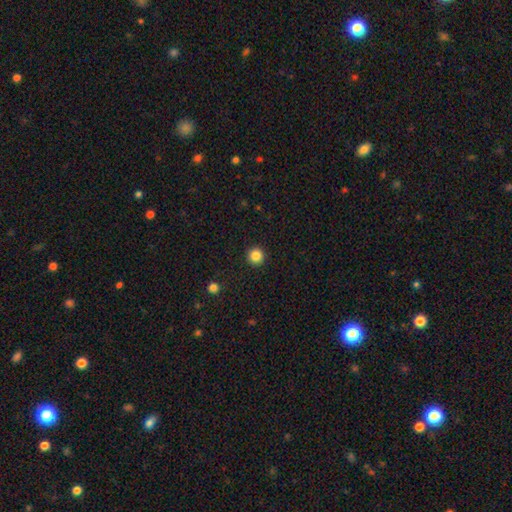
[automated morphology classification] Q: Smooth or featured?
A: smooth (85%); runner-up: star or artifact (11%)
Q: How rounded?
A: round (96%); runner-up: in between (3%)
Q: Merging?
A: none (93%); runner-up: minor disturbance (4%)